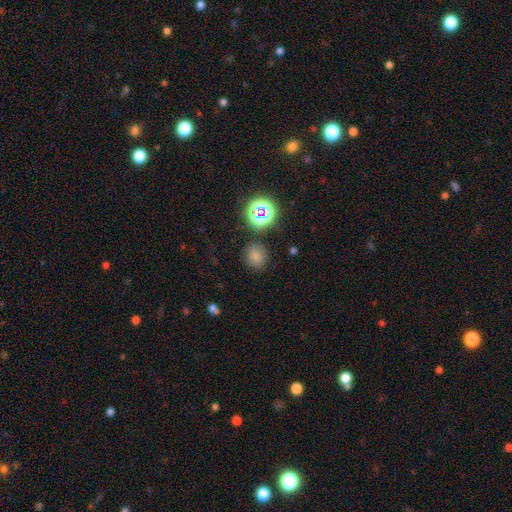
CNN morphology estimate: Overall: smooth (72%). How rounded: round (80%). Merging: none (80%).